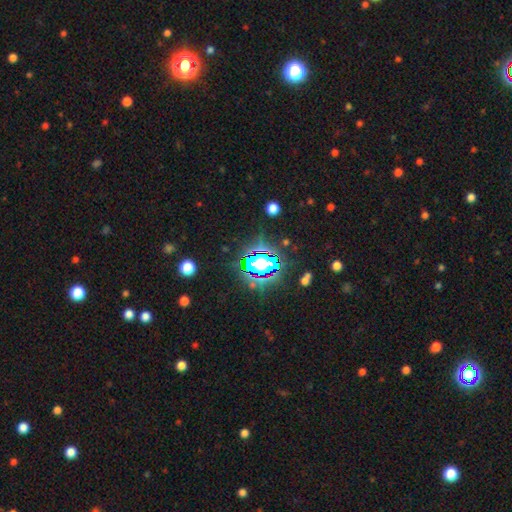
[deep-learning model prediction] Smooth or featured? star or artifact (66%)